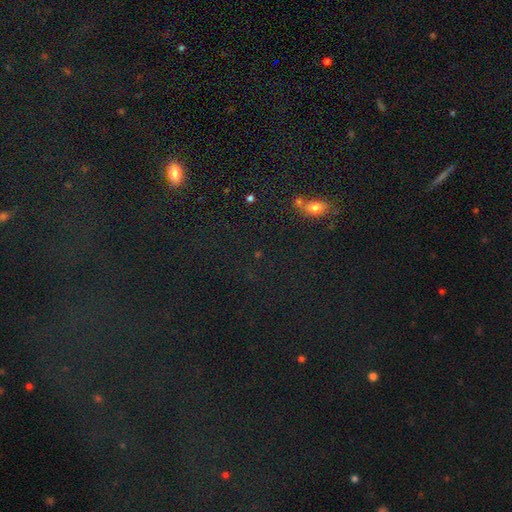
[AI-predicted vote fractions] Smooth or featured? star or artifact (68%)